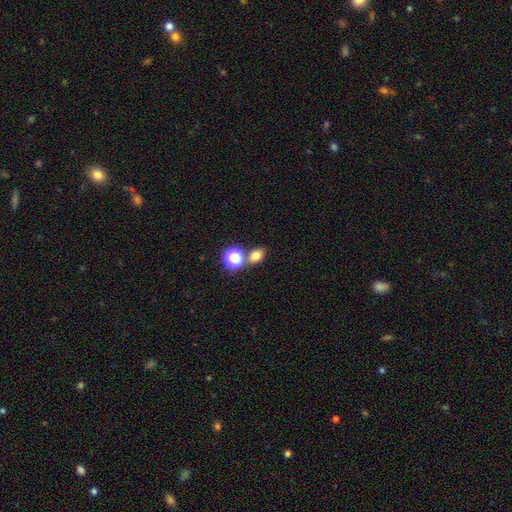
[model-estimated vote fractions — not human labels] This appears to be a smooth galaxy with no disk features (75%) that is in between round and cigar-shaped (63%). Merging: none (69%).